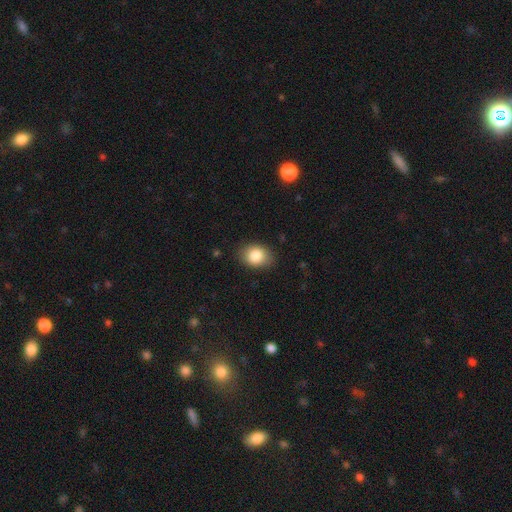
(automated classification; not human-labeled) Smooth or featured? smooth (85%)
How rounded? in between (64%)
Merging? none (84%)